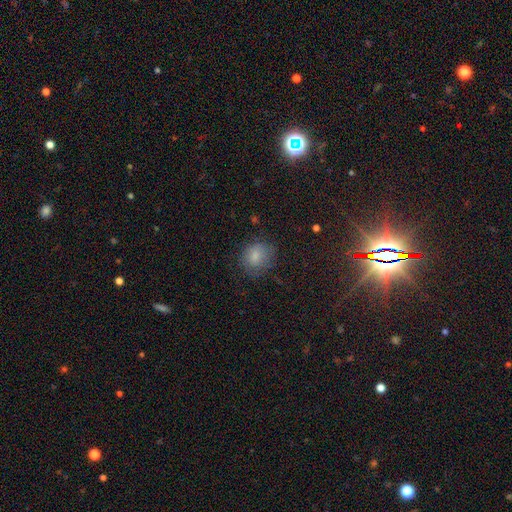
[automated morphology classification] Smooth or featured?
  - smooth: 78% *
  - featured or disk: 11%
  - star or artifact: 10%
How rounded?
  - round: 63% *
  - in between: 36%
  - cigar-shaped: 1%
Merging?
  - none: 67% *
  - minor disturbance: 22%
  - major disturbance: 9%
  - merger: 1%